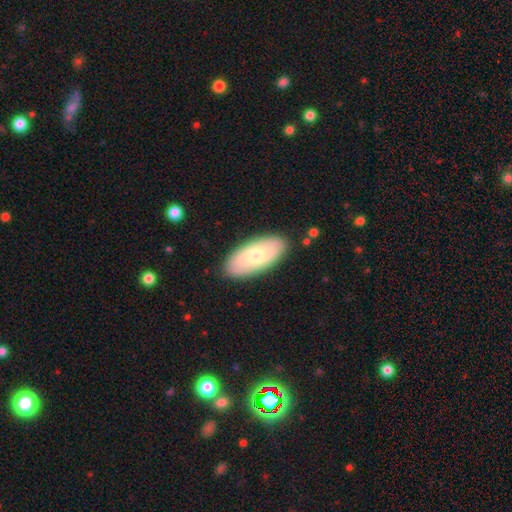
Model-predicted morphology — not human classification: A smooth galaxy with no disk features (62%) that is in between round and cigar-shaped (90%). Merging: none (87%).